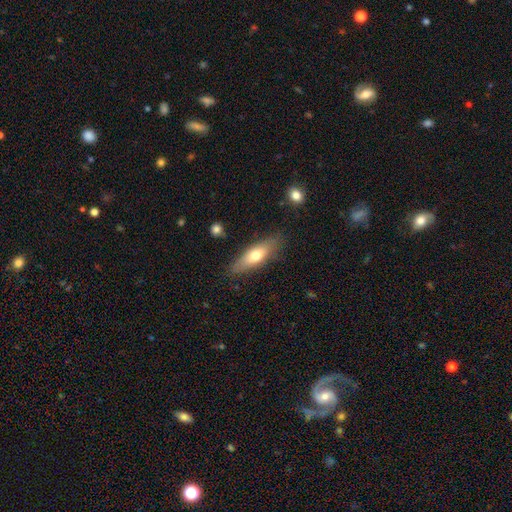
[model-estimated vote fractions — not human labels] A smooth galaxy with no disk features (63%) that is cigar-shaped (50%).

Vote fractions:
- Smooth or featured? smooth: 63% / featured or disk: 30% / star or artifact: 6%
- How rounded? cigar-shaped: 50% / in between: 48% / round: 2%
- Merging? none: 82% / minor disturbance: 13% / major disturbance: 3% / merger: 2%